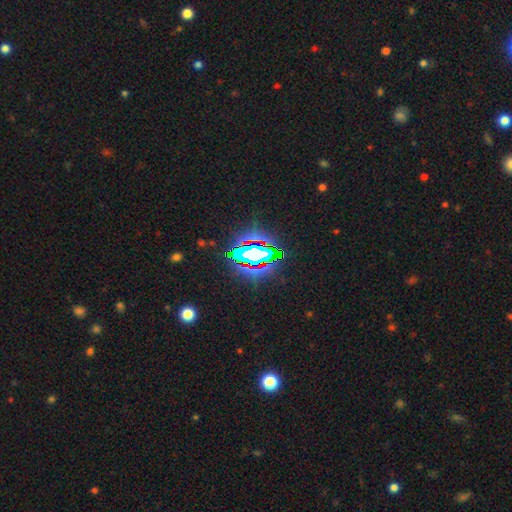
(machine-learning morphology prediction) star or artifact 70%, smooth 16%, featured or disk 14%.